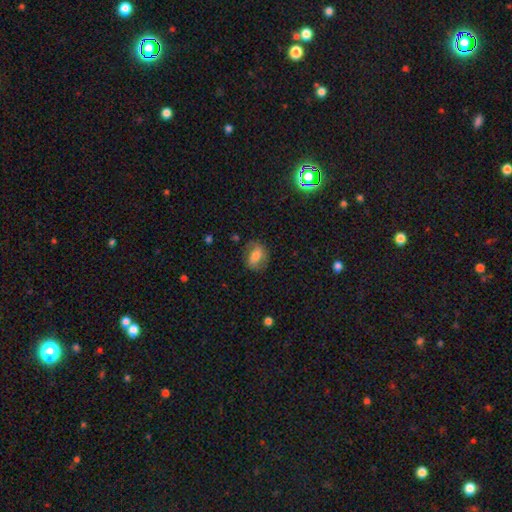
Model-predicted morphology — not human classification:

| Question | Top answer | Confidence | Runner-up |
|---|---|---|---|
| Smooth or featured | smooth | 56% | featured or disk (35%) |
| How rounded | in between | 66% | round (32%) |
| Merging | none | 71% | minor disturbance (19%) |